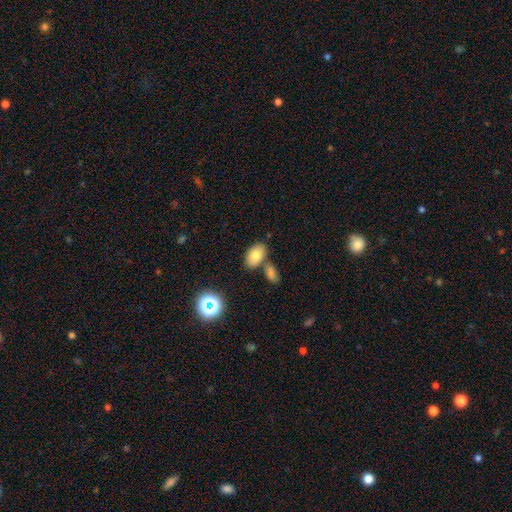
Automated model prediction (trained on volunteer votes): Smooth or featured? Predicted: smooth (p=0.78). How rounded? Predicted: in between (p=0.91). Merging? Predicted: none (p=0.64).